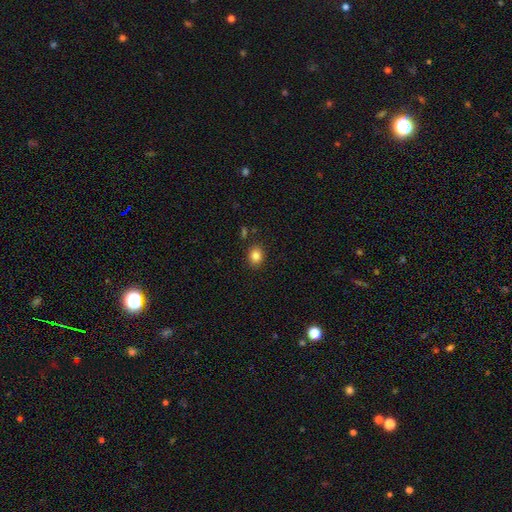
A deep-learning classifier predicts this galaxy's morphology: Smooth or featured?
  - smooth: 85% *
  - star or artifact: 10%
  - featured or disk: 5%
How rounded?
  - round: 56% *
  - in between: 44%
  - cigar-shaped: 1%
Merging?
  - none: 86% *
  - minor disturbance: 9%
  - merger: 3%
  - major disturbance: 2%